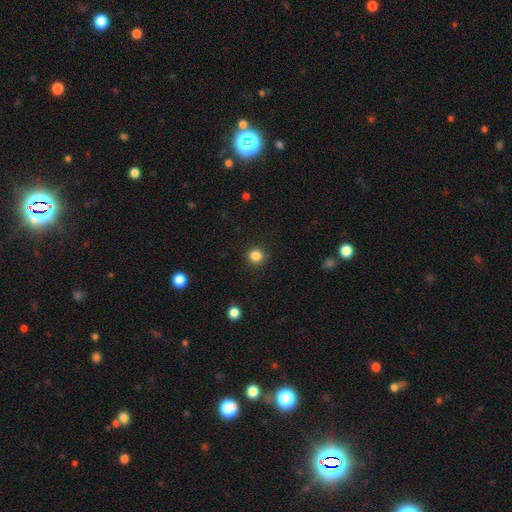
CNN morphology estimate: smooth-or-featured: smooth: 84% | star or artifact: 12% | featured or disk: 4%
  how-rounded: round: 92% | in between: 7% | cigar-shaped: 1%
  merging: none: 91% | minor disturbance: 6% | major disturbance: 2% | merger: 1%